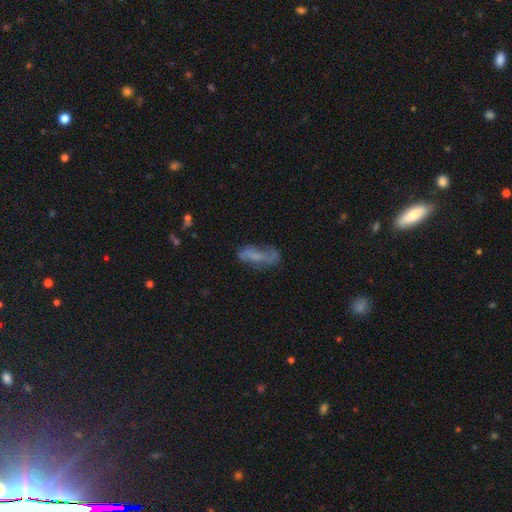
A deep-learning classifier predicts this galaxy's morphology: Smooth or featured: featured or disk — 45% (smooth — 43%)
Merging: none — 48% (minor disturbance — 26%)